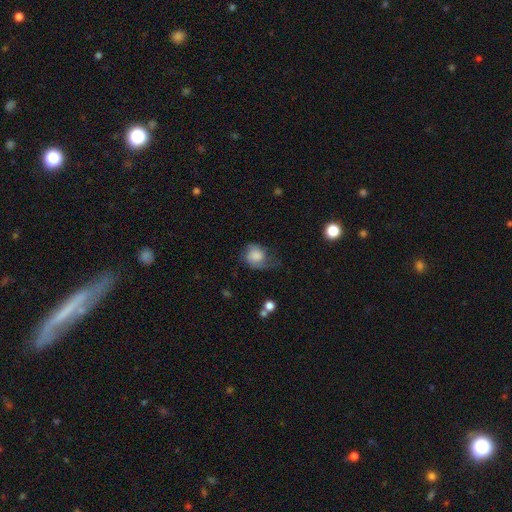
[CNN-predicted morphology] smooth_or_featured: smooth (p=0.63) [alt: featured or disk p=0.29]
how_rounded: round (p=0.64) [alt: in between p=0.35]
merging: none (p=0.37) [alt: minor disturbance p=0.33]